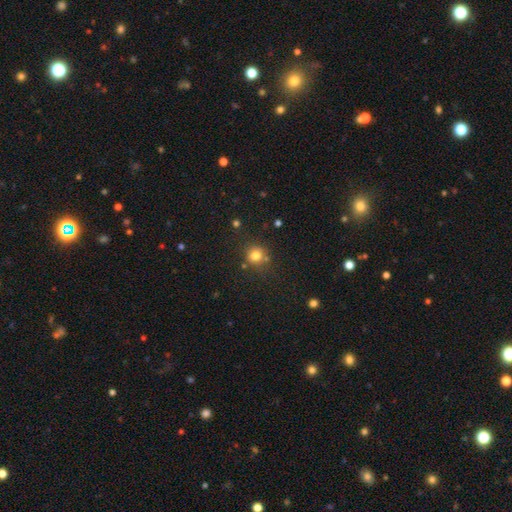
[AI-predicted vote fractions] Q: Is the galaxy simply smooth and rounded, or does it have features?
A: smooth — 78%.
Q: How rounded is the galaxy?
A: round — 89%.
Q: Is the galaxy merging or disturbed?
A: none — 74%.